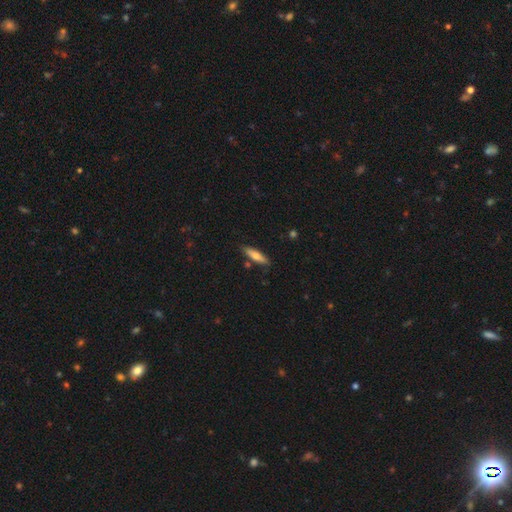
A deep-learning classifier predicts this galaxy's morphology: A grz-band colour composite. It shows a smooth galaxy with no disk features (63%) that is cigar-shaped (75%). Merging: none (83%).